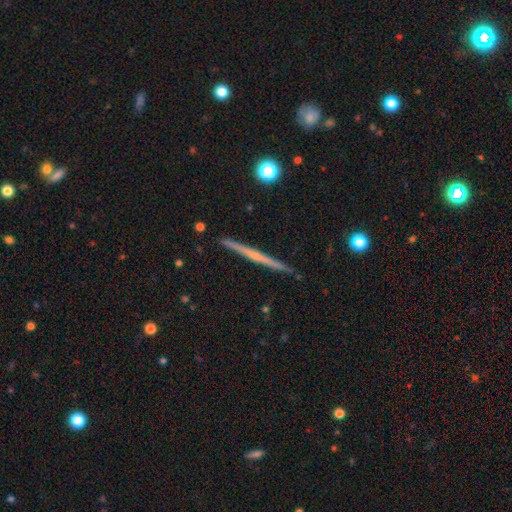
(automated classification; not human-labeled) A featured or disk galaxy (71%) viewed edge-on (98%) with no central bulge (53%). Merging: none (91%).